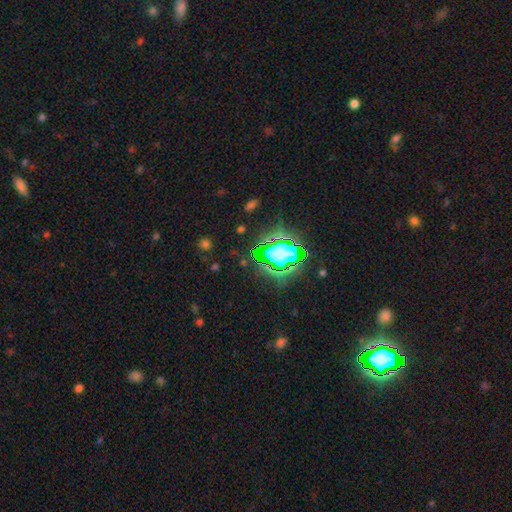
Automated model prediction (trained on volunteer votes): A star or artifact, not a galaxy (78%).